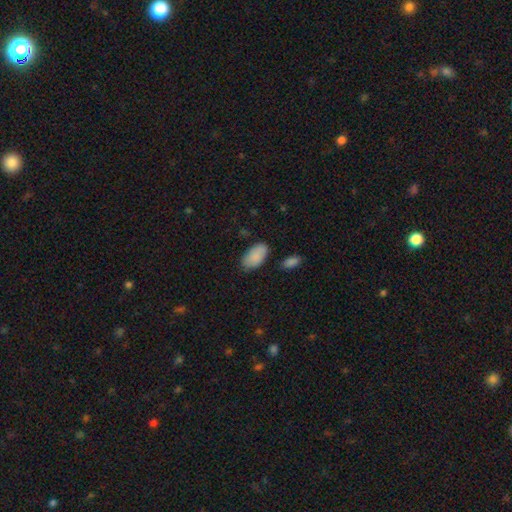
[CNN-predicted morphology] Smooth or featured: smooth — 88% (star or artifact — 6%)
How rounded: in between — 95% (round — 3%)
Merging: none — 78% (minor disturbance — 16%)